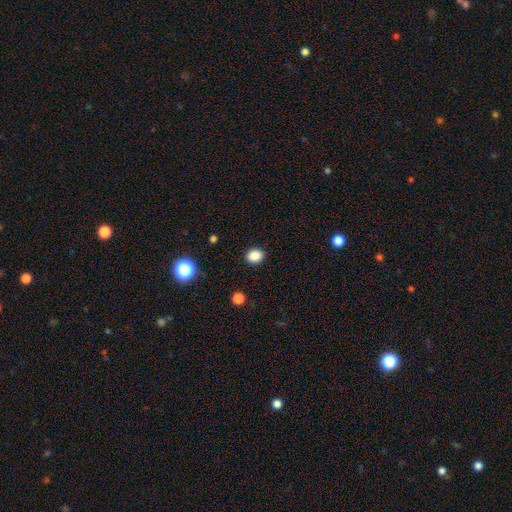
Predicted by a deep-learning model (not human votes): Q: Smooth or featured?
A: smooth (86%); runner-up: star or artifact (11%)
Q: How rounded?
A: round (56%); runner-up: in between (43%)
Q: Merging?
A: none (90%); runner-up: minor disturbance (7%)